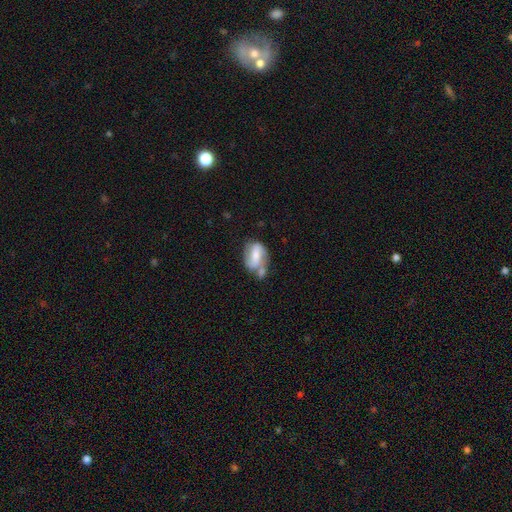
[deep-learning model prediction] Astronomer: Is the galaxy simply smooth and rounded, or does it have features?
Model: featured or disk — 58% (runner-up: smooth, 35%).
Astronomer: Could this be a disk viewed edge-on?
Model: no — 96%.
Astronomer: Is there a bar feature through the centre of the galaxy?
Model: weak — 41% (runner-up: strong, 33%).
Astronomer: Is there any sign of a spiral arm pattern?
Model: yes — 82%.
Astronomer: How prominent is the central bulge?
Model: moderate — 43% (runner-up: small, 29%).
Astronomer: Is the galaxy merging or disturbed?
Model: none — 39% (runner-up: merger, 28%).